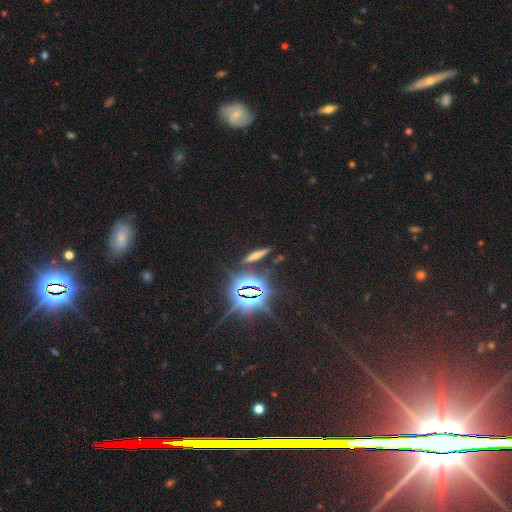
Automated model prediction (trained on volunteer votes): The model was most divided on "smooth or featured": star or artifact: 39%, smooth: 37%, featured or disk: 24%.